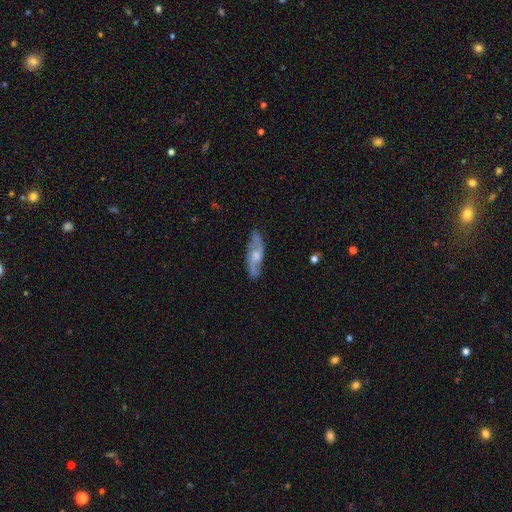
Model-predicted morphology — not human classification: Smooth or featured?
  - featured or disk: 69% *
  - smooth: 25%
  - star or artifact: 6%
Edge-on disk?
  - no: 71% *
  - yes: 29%
Merging?
  - none: 78% *
  - minor disturbance: 16%
  - major disturbance: 4%
  - merger: 2%